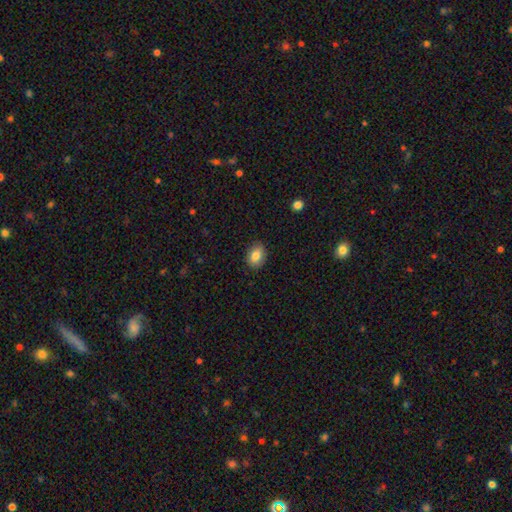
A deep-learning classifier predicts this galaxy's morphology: smooth_or_featured: smooth (p=0.84) [alt: featured or disk p=0.08]
how_rounded: in between (p=0.75) [alt: round p=0.24]
merging: none (p=0.87) [alt: minor disturbance p=0.10]